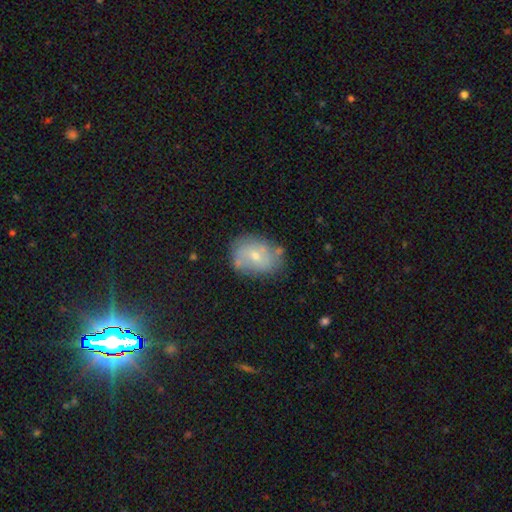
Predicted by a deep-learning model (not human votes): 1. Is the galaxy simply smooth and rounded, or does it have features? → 52% smooth, 39% featured or disk, 9% star or artifact.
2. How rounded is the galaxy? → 65% in between, 33% round, 1% cigar-shaped.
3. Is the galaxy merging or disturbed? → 67% none, 20% minor disturbance, 7% merger, 6% major disturbance.